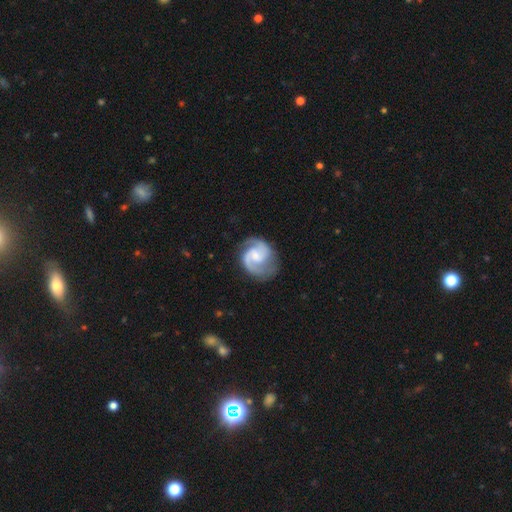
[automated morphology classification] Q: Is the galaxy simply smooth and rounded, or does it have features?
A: featured or disk — 88%.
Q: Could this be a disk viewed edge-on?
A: no — 98%.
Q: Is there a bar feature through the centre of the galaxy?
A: no — 45%, tied with weak.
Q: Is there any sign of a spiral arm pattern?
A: yes — 98%.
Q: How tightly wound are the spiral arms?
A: medium — 57%.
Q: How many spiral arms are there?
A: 2 — 90%.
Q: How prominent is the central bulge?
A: small — 51%.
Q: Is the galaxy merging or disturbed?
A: none — 77%.